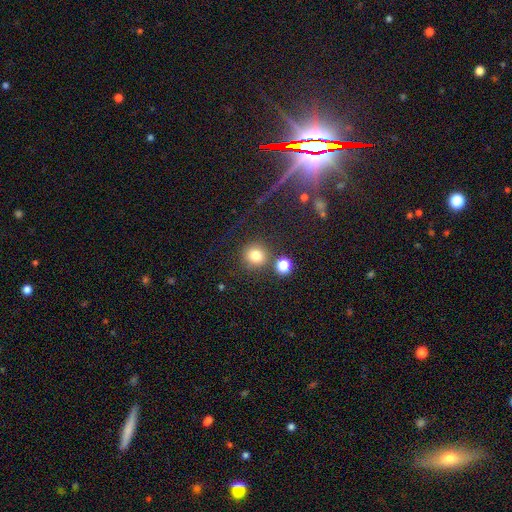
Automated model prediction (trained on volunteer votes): This is likely a smooth galaxy (79%). How rounded: clearly round (93%). Merging: likely none (77%).